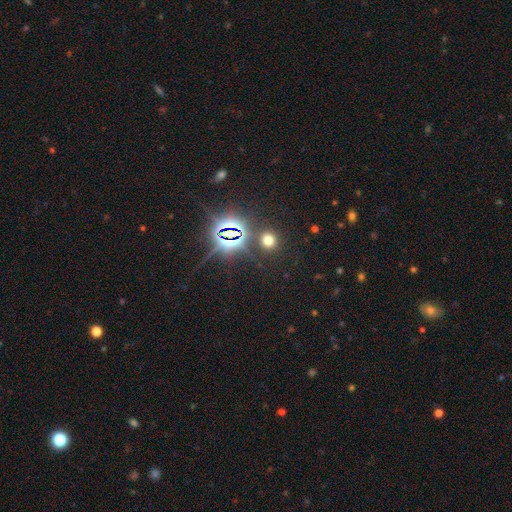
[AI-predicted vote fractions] smooth_or_featured: star or artifact (p=0.82) [alt: smooth p=0.12]